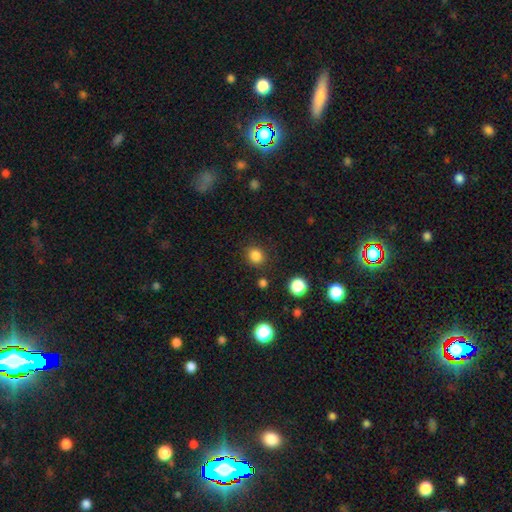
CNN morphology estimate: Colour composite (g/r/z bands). It shows a smooth galaxy with no disk features (83%) that is round (80%). Merging: none (85%).